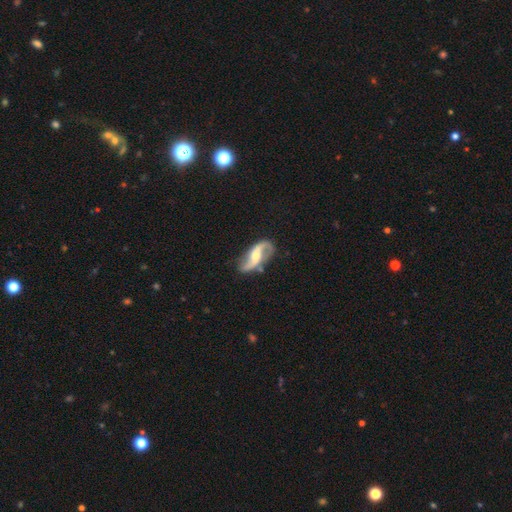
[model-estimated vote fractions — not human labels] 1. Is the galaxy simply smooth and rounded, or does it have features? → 86% featured or disk, 10% smooth, 5% star or artifact.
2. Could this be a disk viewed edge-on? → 95% no, 5% yes.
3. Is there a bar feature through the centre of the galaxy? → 40% weak, 36% no, 24% strong.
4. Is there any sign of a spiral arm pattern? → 96% yes, 4% no.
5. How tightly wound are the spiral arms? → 71% loose, 23% medium, 6% tight.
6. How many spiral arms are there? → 93% 2, 2% 1, 2% can't tell, 1% 3, 1% 4, 1% more than 4.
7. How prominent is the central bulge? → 54% moderate, 33% small, 7% large, 5% none, 1% dominant.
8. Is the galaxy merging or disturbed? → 73% none, 17% minor disturbance, 7% major disturbance, 4% merger.